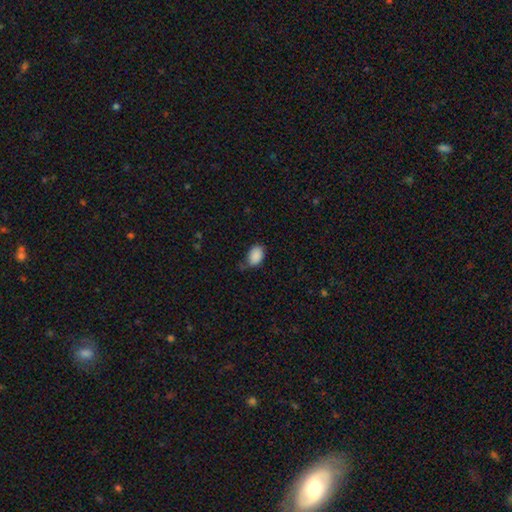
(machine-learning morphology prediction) This is clearly a smooth galaxy (89%). How rounded: clearly in between (86%). Merging: likely none (65%).